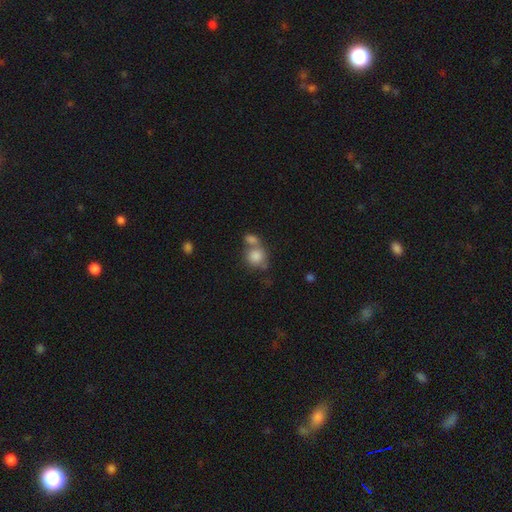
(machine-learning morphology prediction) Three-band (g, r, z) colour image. It shows a smooth galaxy with no disk features (82%) that is round (74%). Merging: merger (52%).